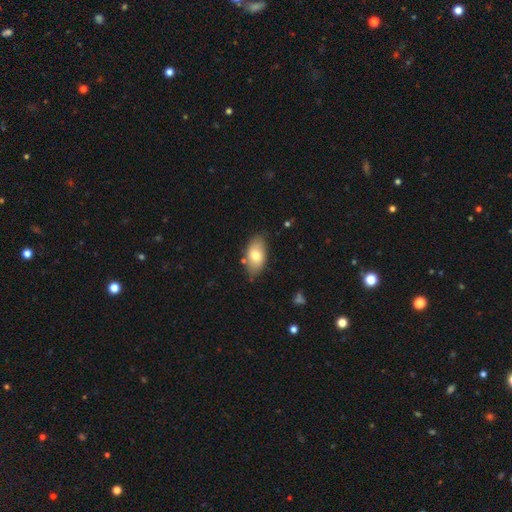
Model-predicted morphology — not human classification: The model was most divided on "smooth or featured": smooth: 74%, featured or disk: 20%, star or artifact: 7%. More confident: how rounded — in between (93%); merging — none (78%).